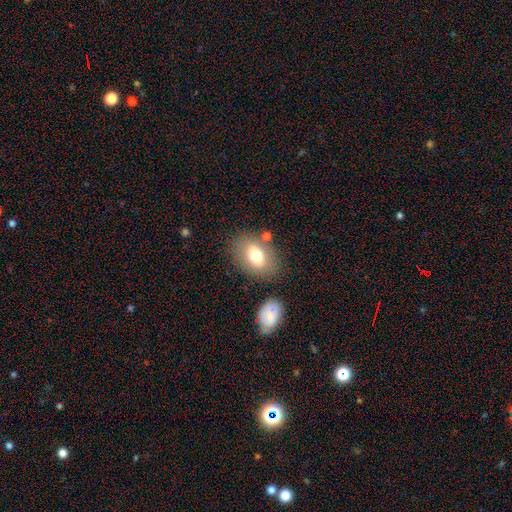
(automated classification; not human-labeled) Overall: smooth (72%). How rounded: in between (79%). Merging: none (75%).